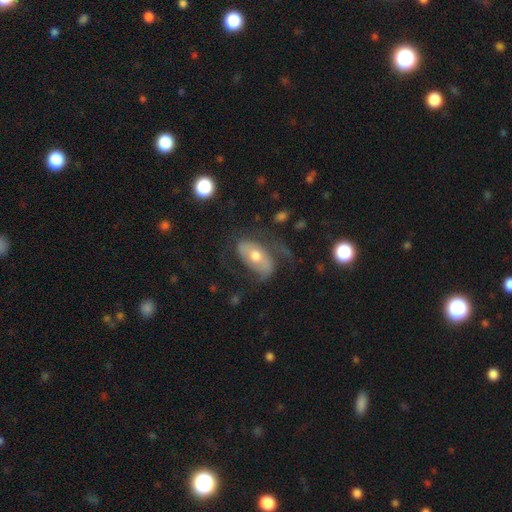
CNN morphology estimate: Smooth or featured? Predicted: featured or disk (p=0.63). Edge-on disk? Predicted: no (p=0.92). Bar? Predicted: no (p=0.53). Spiral arms? Predicted: yes (p=0.75). Bulge size? Predicted: moderate (p=0.71). Merging? Predicted: none (p=0.48).